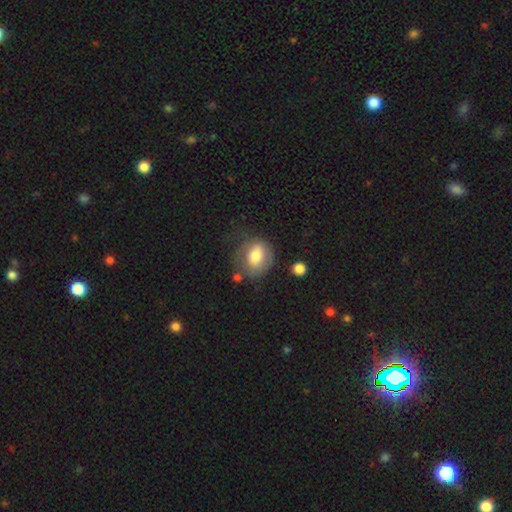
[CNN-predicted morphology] smooth_or_featured: smooth (p=0.66) [alt: featured or disk p=0.26]
how_rounded: round (p=0.51) [alt: in between p=0.48]
merging: none (p=0.47) [alt: minor disturbance p=0.28]